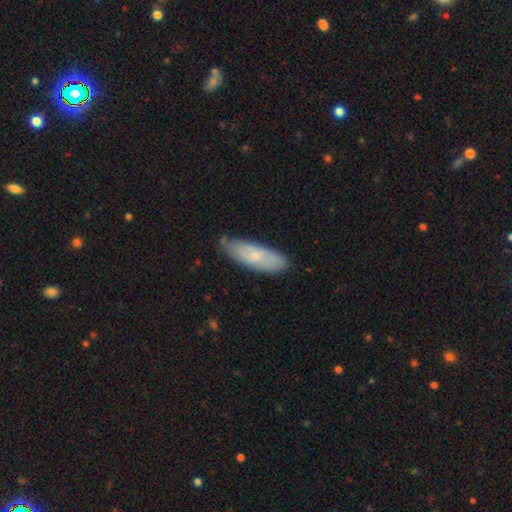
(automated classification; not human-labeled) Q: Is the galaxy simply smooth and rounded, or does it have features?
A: smooth — 60%.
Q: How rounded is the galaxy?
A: in between — 55%.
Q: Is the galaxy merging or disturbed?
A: none — 70%.